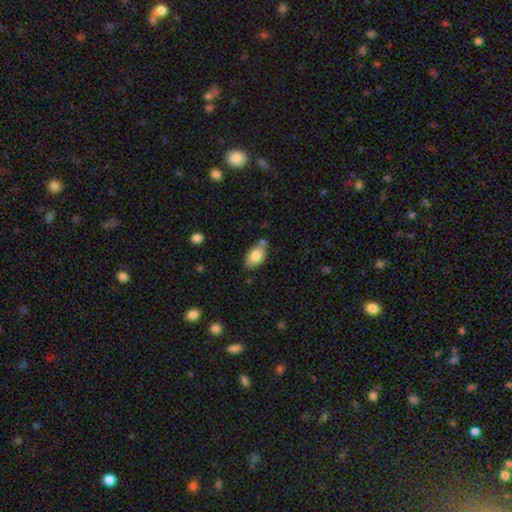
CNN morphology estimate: Smooth or featured: smooth — 82% (featured or disk — 11%)
How rounded: in between — 92% (round — 5%)
Merging: none — 70% (minor disturbance — 17%)